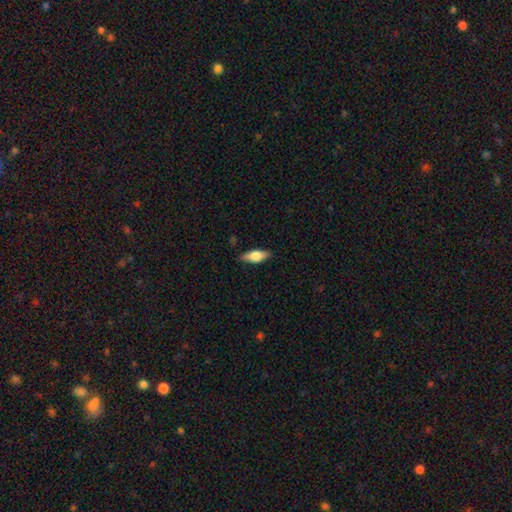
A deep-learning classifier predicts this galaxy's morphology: Smooth or featured?
  - smooth: 59% *
  - featured or disk: 35%
  - star or artifact: 7%
How rounded?
  - in between: 68% *
  - cigar-shaped: 29%
  - round: 3%
Merging?
  - none: 84% *
  - minor disturbance: 12%
  - major disturbance: 2%
  - merger: 1%